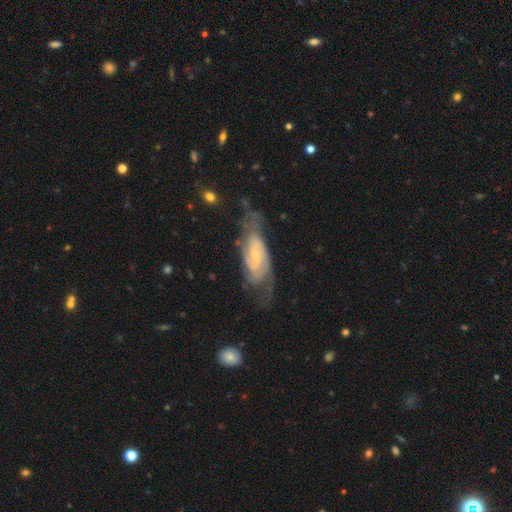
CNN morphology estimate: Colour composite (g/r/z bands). It shows a featured or disk galaxy (83%) with a weak bar (46%), 2 (58%) tight (49%) spiral arms (95%) and a small central bulge (67%). Merging: none (56%).